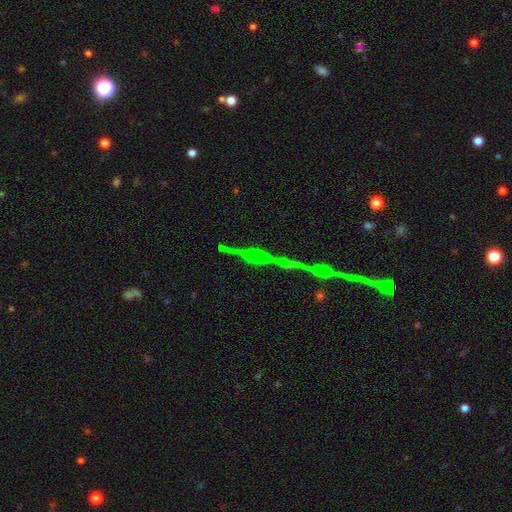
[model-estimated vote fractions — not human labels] featured or disk 48%, star or artifact 36%, smooth 16%. Down the decision tree: merging — none (54%).